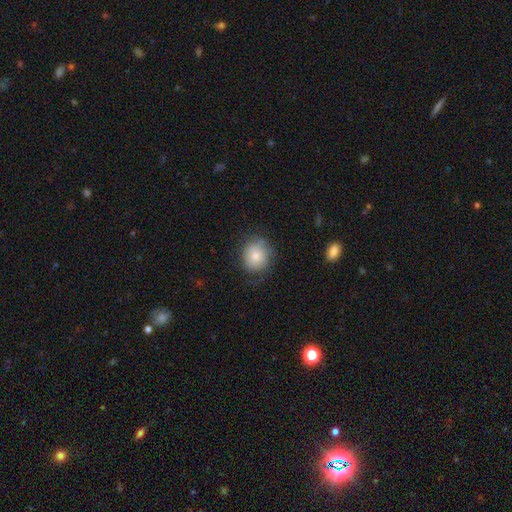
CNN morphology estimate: type=smooth (79%); roundness=round (79%); merging=none (69%).